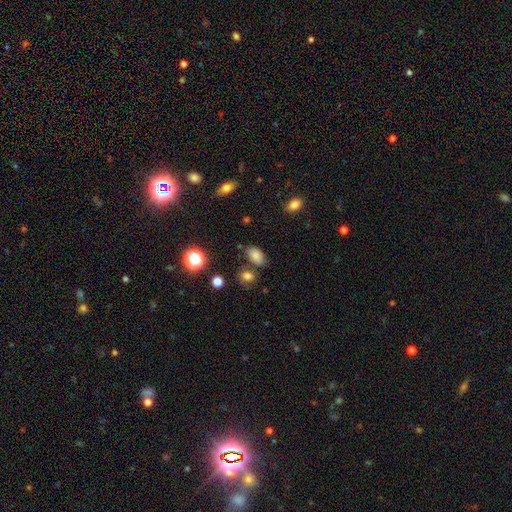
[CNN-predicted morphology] Overall: smooth (81%). How rounded: in between (90%). Merging: none (73%).